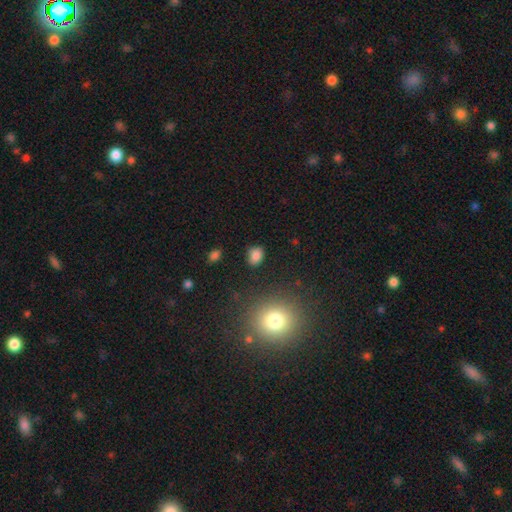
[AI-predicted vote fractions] Smooth or featured? Predicted: smooth (p=0.82). How rounded? Predicted: in between (p=0.62). Merging? Predicted: none (p=0.79).